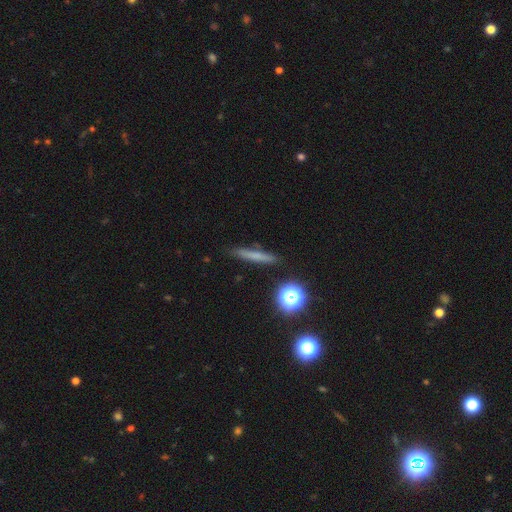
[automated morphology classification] A smooth galaxy with no disk features (64%) that is cigar-shaped (89%). Merging: none (87%).